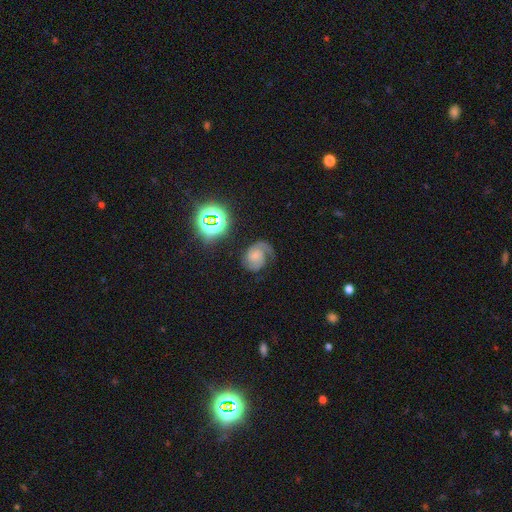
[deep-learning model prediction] A featured or disk galaxy (74%) with no bar (67%), 2 (62%) medium (45%) spiral arms (96%) and a small central bulge (42%).

Vote fractions:
- Smooth or featured? featured or disk: 74% / smooth: 14% / star or artifact: 12%
- Edge-on disk? no: 98% / yes: 2%
- Bar? no: 67% / weak: 27% / strong: 6%
- Spiral arms? yes: 96% / no: 4%
- Spiral winding? medium: 45% / tight: 37% / loose: 18%
- Spiral arm count? 2: 62% / 1: 27% / can't tell: 6% / 3: 3% / 4: 1% / more than 4: 1%
- Bulge size? small: 42% / moderate: 27% / none: 23% / large: 6% / dominant: 2%
- Merging? none: 57% / minor disturbance: 23% / major disturbance: 18% / merger: 3%